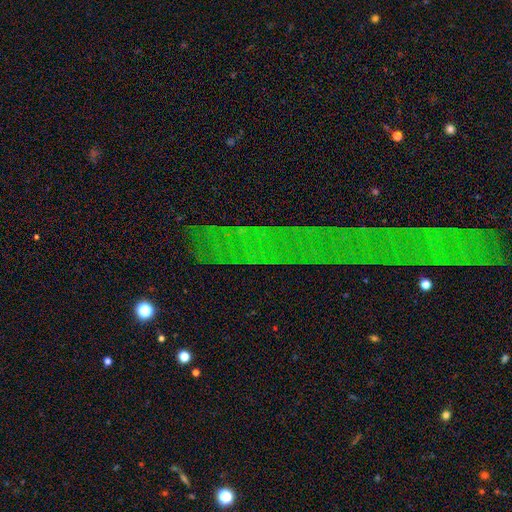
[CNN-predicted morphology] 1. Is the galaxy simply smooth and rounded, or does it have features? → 81% star or artifact, 10% featured or disk, 9% smooth.